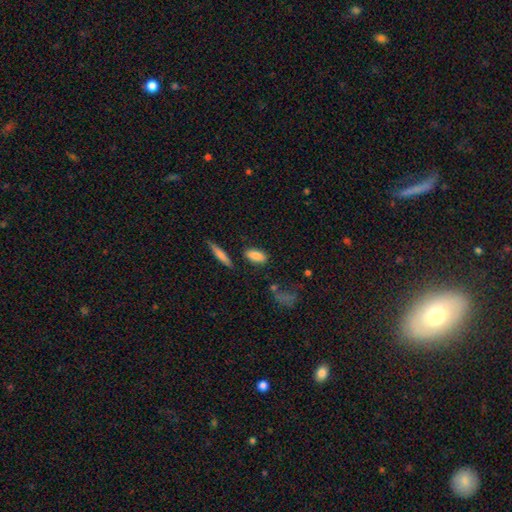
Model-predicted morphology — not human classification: This appears to be a smooth galaxy with no disk features (86%) that is in between round and cigar-shaped (84%). Merging: none (82%).